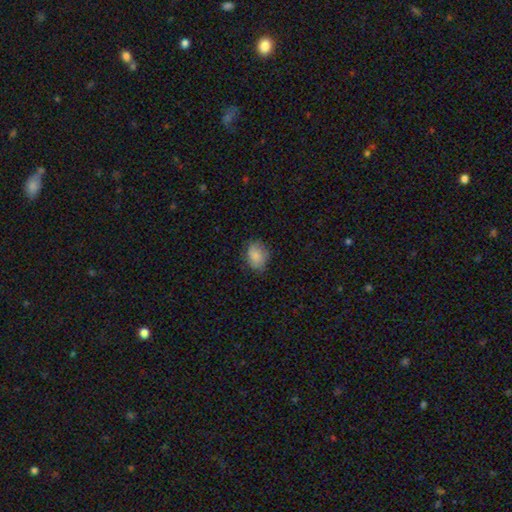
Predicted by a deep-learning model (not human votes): This is clearly a smooth galaxy (84%). How rounded: likely in between (63%). Merging: likely none (74%).